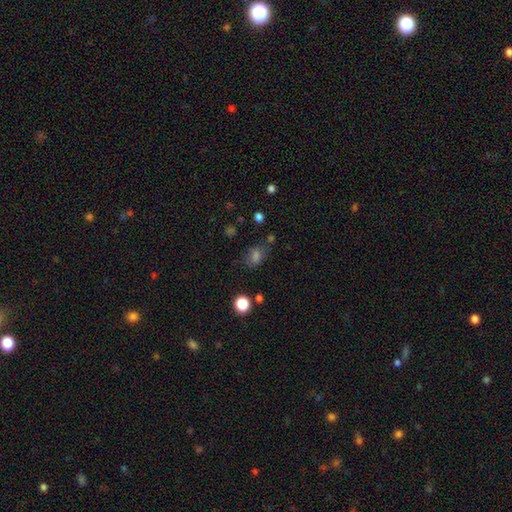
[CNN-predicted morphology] Smooth or featured? smooth (69%)
How rounded? in between (66%)
Merging? none (69%)